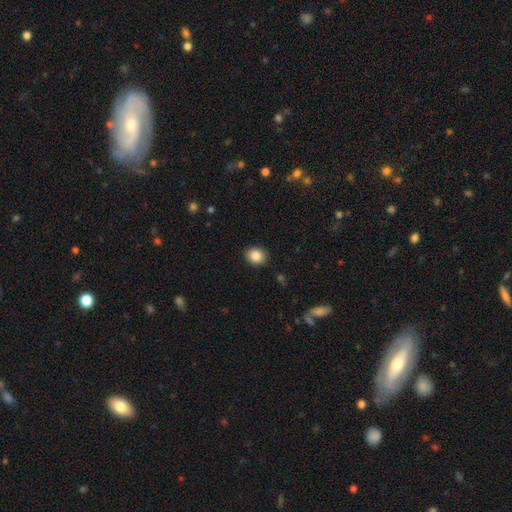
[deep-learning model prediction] This is clearly a smooth galaxy (86%). How rounded: likely round (61%). Merging: clearly none (91%).